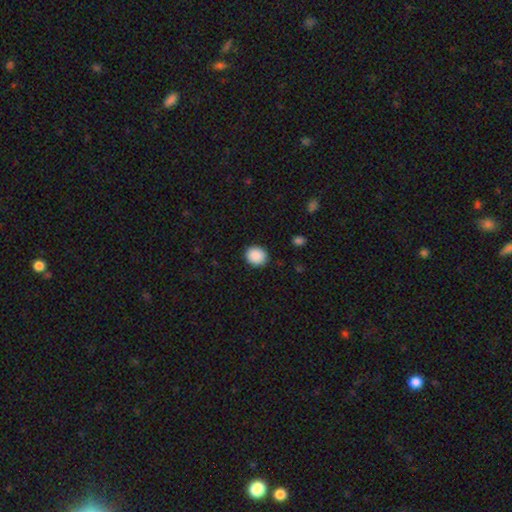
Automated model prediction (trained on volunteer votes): This is clearly a smooth galaxy (90%). How rounded: likely round (78%). Merging: clearly none (90%).